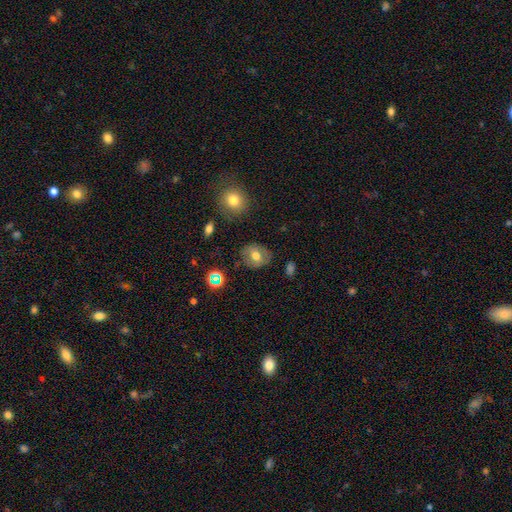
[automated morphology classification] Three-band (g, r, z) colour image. It shows a smooth galaxy with no disk features (61%) that is round (59%). Merging: none (78%).